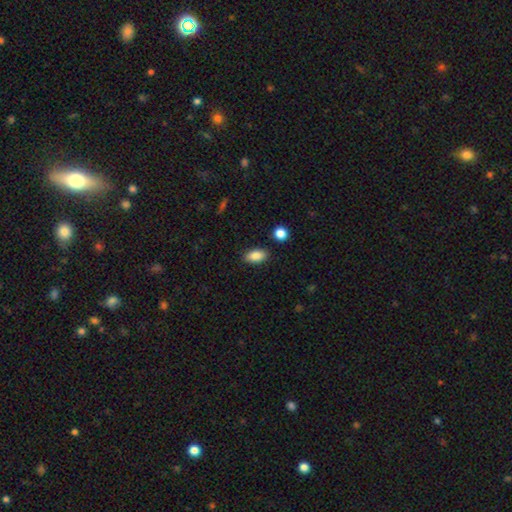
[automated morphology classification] Smooth or featured? Predicted: smooth (p=0.87). How rounded? Predicted: in between (p=0.91). Merging? Predicted: none (p=0.86).